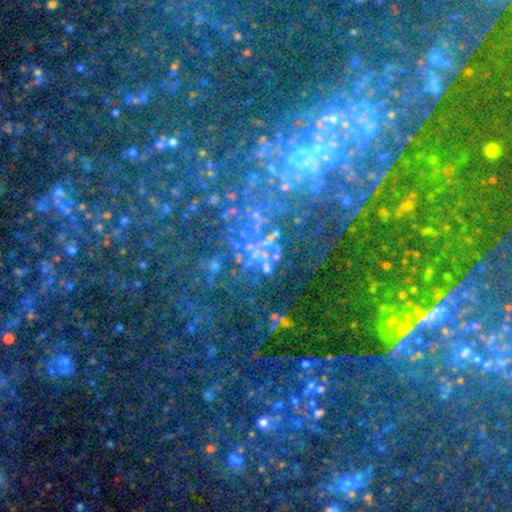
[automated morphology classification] smooth-or-featured: star or artifact: 68% | featured or disk: 19% | smooth: 14%